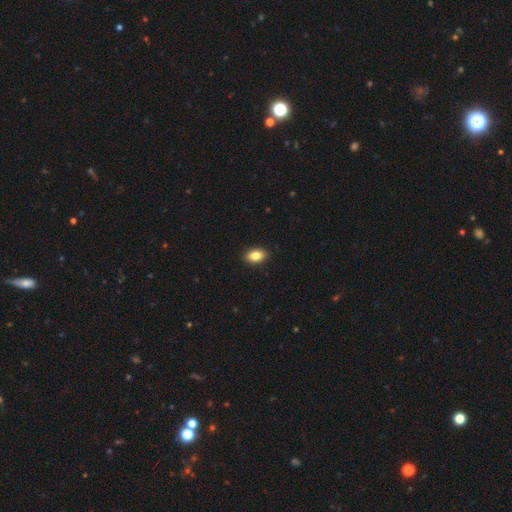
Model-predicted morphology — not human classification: smooth-or-featured: smooth: 85% | star or artifact: 8% | featured or disk: 7%
  how-rounded: in between: 86% | round: 12% | cigar-shaped: 2%
  merging: none: 91% | minor disturbance: 6% | major disturbance: 2% | merger: 1%